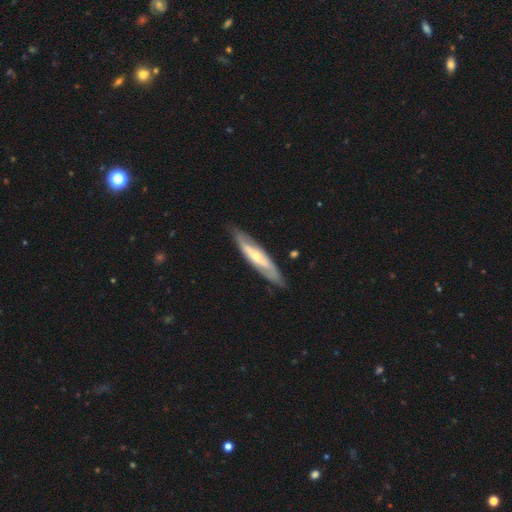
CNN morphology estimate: Smooth or featured? Predicted: featured or disk (p=0.70). Edge-on disk? Predicted: yes (p=0.51). Merging? Predicted: none (p=0.82).